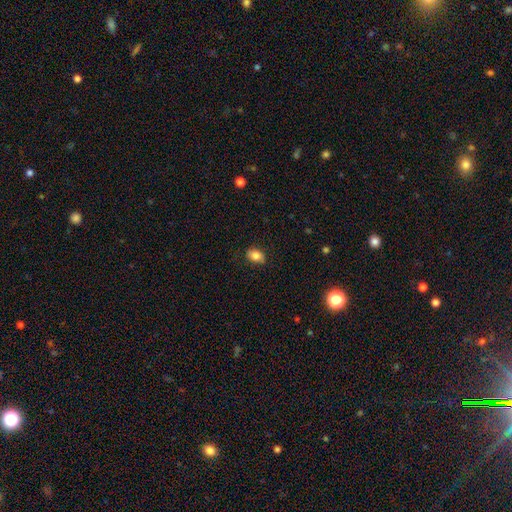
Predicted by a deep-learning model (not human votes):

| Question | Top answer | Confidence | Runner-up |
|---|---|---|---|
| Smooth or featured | smooth | 84% | star or artifact (9%) |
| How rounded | in between | 77% | round (22%) |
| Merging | none | 83% | minor disturbance (13%) |